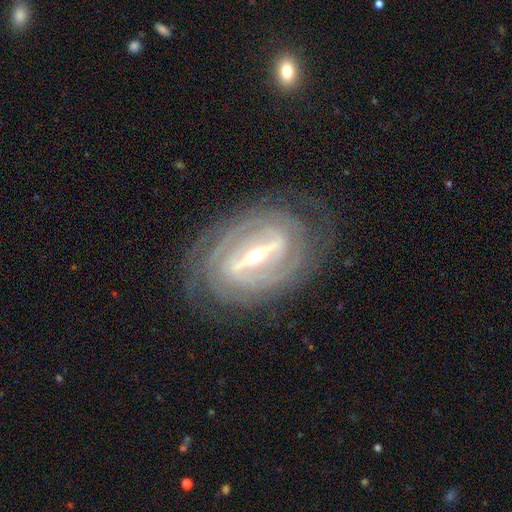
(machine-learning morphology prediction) This is clearly a featured or disk galaxy (92%). It is clearly not viewed edge-on (92%). Bar: likely strong (79%). Spiral arm pattern: clearly yes (96%). Spiral arm count: marginally 2 (33%). Spiral winding: likely tight (80%). Central bulge: possibly small (50%). Merging: clearly none (81%).